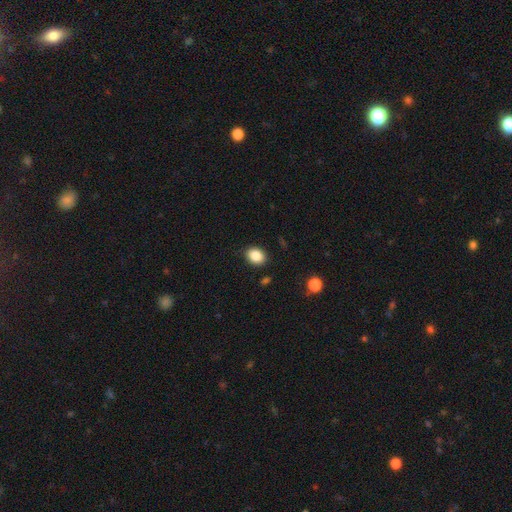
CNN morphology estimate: A smooth galaxy with no disk features (86%) that is in between round and cigar-shaped (62%). Merging: none (88%).